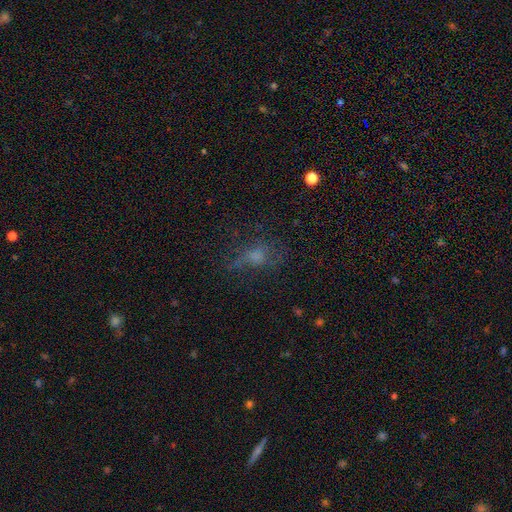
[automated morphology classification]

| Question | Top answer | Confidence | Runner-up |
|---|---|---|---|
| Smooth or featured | smooth | 45% | featured or disk (29%) |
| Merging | none | 53% | major disturbance (25%) |